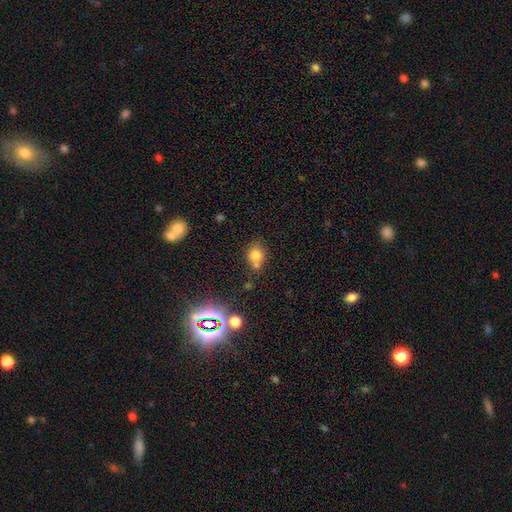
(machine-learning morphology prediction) smooth-or-featured: smooth: 76% | star or artifact: 14% | featured or disk: 9%
  how-rounded: round: 65% | in between: 33% | cigar-shaped: 1%
  merging: none: 54% | merger: 25% | minor disturbance: 16% | major disturbance: 5%